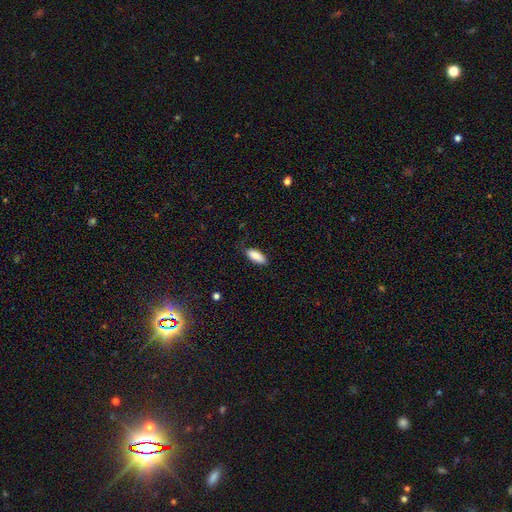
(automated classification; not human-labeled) Smooth or featured? smooth (87%)
How rounded? in between (79%)
Merging? none (78%)